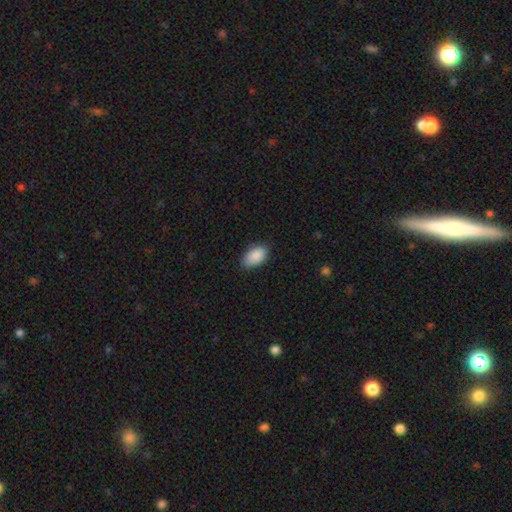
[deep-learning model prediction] Smooth or featured?
  - smooth: 88% *
  - star or artifact: 7%
  - featured or disk: 5%
How rounded?
  - in between: 94% *
  - round: 5%
  - cigar-shaped: 2%
Merging?
  - none: 80% *
  - minor disturbance: 17%
  - major disturbance: 3%
  - merger: 1%